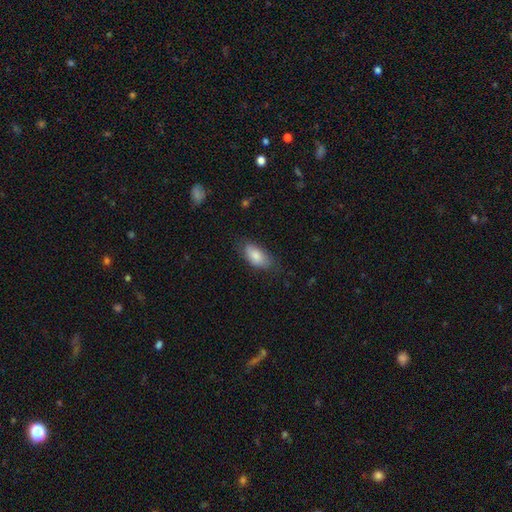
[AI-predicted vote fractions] Smooth or featured? Predicted: smooth (p=0.81). How rounded? Predicted: in between (p=0.92). Merging? Predicted: none (p=0.68).